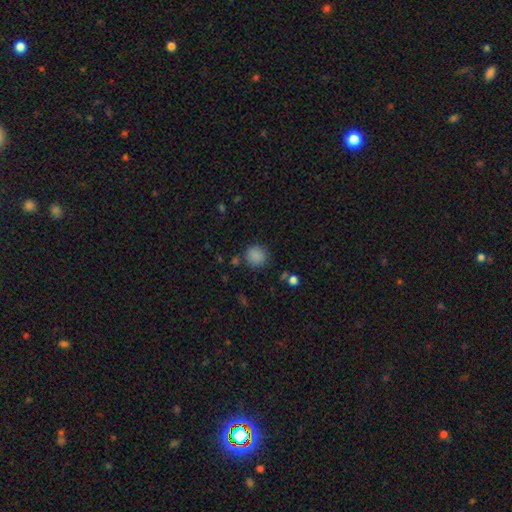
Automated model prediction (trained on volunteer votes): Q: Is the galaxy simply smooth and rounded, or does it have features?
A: smooth — 86%.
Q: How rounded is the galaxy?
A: round — 91%.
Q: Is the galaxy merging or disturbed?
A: none — 83%.